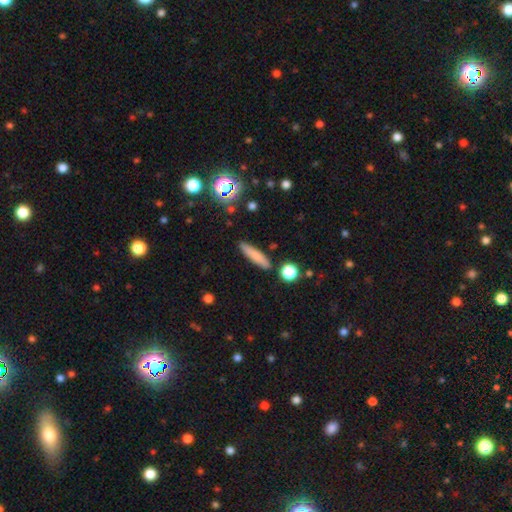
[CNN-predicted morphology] Smooth or featured: smooth — 76% (featured or disk — 14%)
How rounded: cigar-shaped — 82% (in between — 16%)
Merging: none — 84% (minor disturbance — 10%)